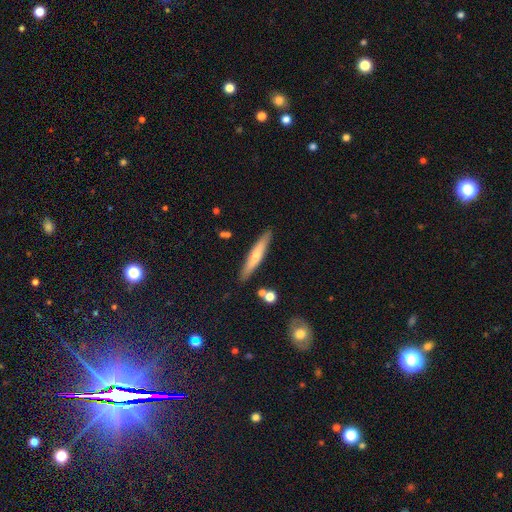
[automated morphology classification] Overall: smooth (58%; featured or disk 35%). How rounded: cigar-shaped (91%). Merging: none (87%).